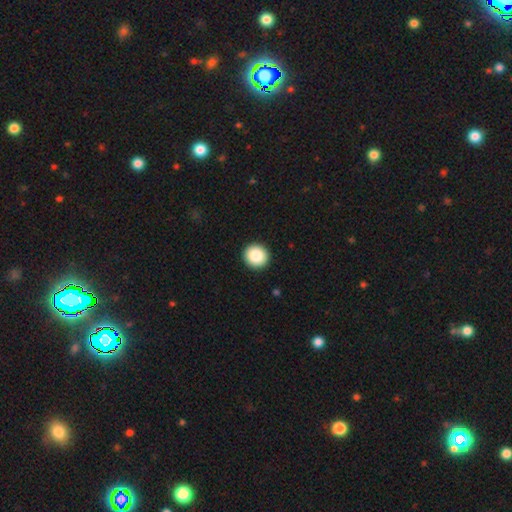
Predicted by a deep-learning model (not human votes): This is clearly a smooth galaxy (87%). How rounded: clearly round (92%). Merging: clearly none (93%).